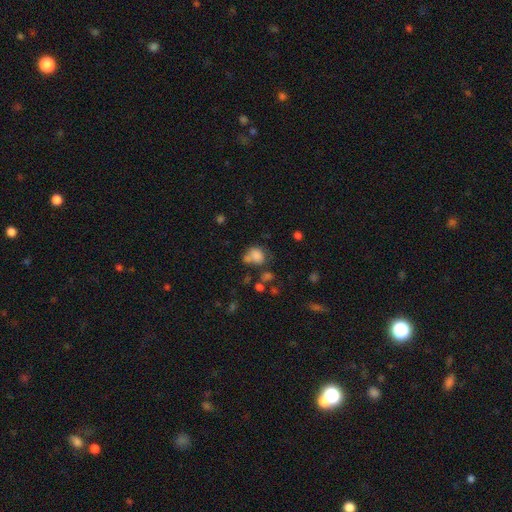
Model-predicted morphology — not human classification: Smooth or featured? Predicted: smooth (p=0.75). How rounded? Predicted: in between (p=0.51). Merging? Predicted: none (p=0.35).